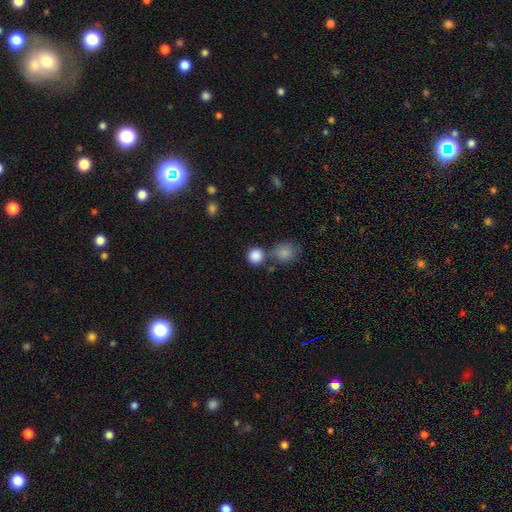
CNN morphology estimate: This is clearly a smooth galaxy (86%). How rounded: clearly round (89%). Merging: likely none (67%).